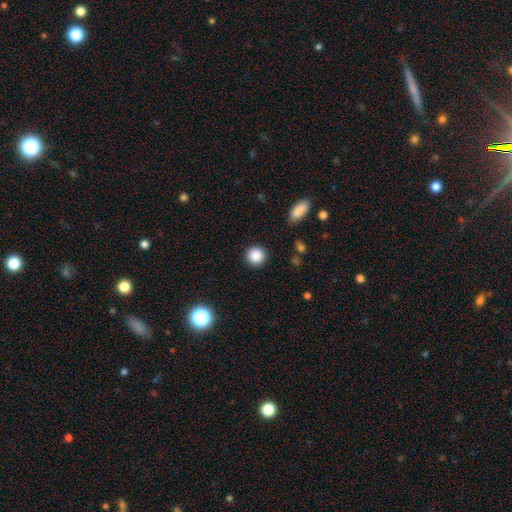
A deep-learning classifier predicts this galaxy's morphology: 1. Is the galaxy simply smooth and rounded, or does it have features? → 87% smooth, 9% star or artifact, 4% featured or disk.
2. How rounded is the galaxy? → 94% round, 5% in between, 1% cigar-shaped.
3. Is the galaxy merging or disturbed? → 91% none, 6% minor disturbance, 2% major disturbance, 1% merger.